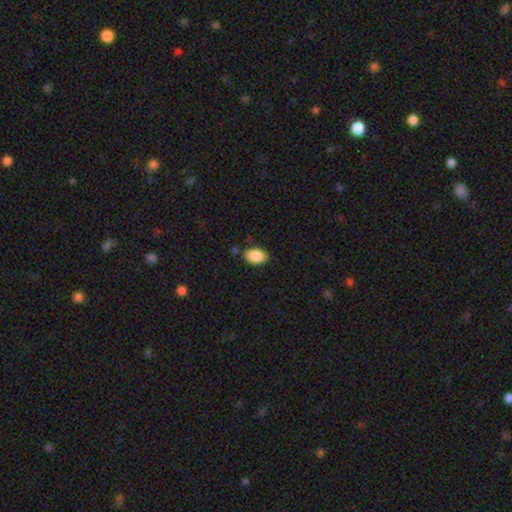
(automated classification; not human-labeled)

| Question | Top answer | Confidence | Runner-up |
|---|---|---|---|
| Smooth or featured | smooth | 88% | star or artifact (7%) |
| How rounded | in between | 90% | round (9%) |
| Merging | none | 81% | minor disturbance (13%) |